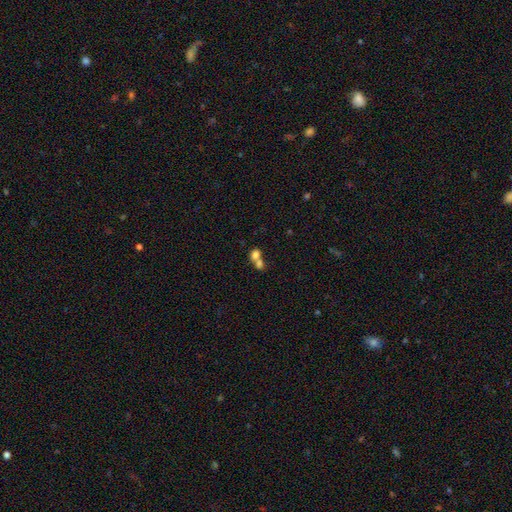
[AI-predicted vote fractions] A smooth galaxy with no disk features (75%) that is round (62%).

Vote fractions:
- Smooth or featured? smooth: 75% / featured or disk: 14% / star or artifact: 11%
- How rounded? round: 62% / in between: 37% / cigar-shaped: 1%
- Merging? merger: 68% / none: 24% / minor disturbance: 5% / major disturbance: 3%